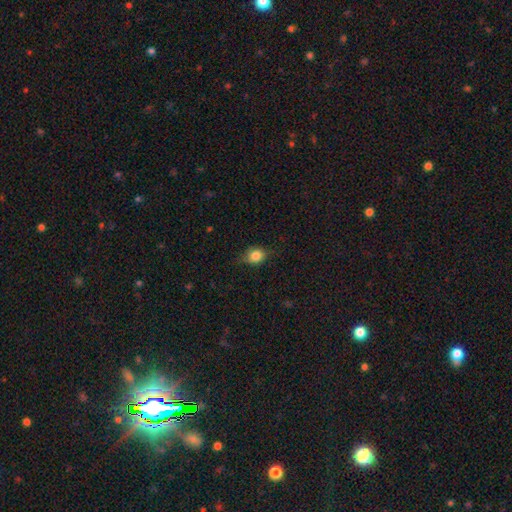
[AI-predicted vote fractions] smooth_or_featured: smooth (p=0.82) [alt: star or artifact p=0.10]
how_rounded: round (p=0.53) [alt: in between p=0.46]
merging: none (p=0.70) [alt: minor disturbance p=0.24]